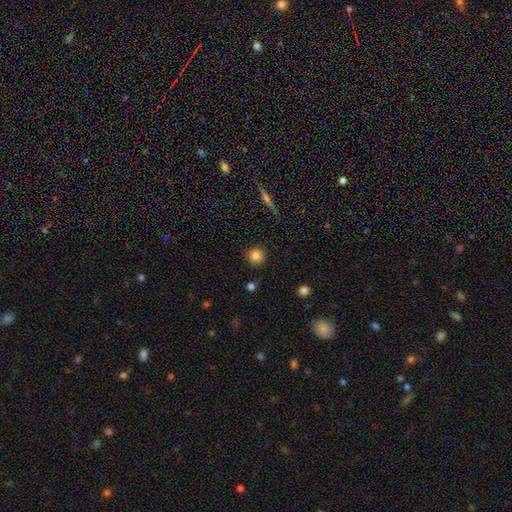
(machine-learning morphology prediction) smooth-or-featured: smooth: 83% | star or artifact: 11% | featured or disk: 6%
  how-rounded: round: 93% | in between: 6% | cigar-shaped: 1%
  merging: none: 88% | minor disturbance: 8% | major disturbance: 2% | merger: 2%